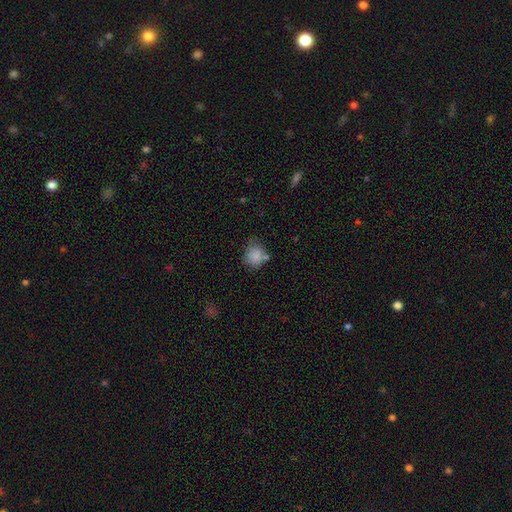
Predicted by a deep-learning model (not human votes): The model was most divided on "merging": none: 55%, minor disturbance: 25%, merger: 13%, major disturbance: 7%. More confident: smooth or featured — smooth (83%); how rounded — round (73%).